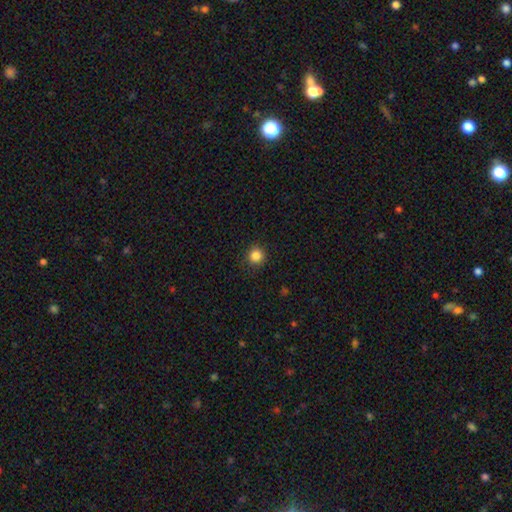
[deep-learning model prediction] A smooth galaxy with no disk features (85%) that is round (94%).

Vote fractions:
- Smooth or featured? smooth: 85% / star or artifact: 11% / featured or disk: 4%
- How rounded? round: 94% / in between: 5% / cigar-shaped: 1%
- Merging? none: 90% / minor disturbance: 7% / major disturbance: 2% / merger: 1%